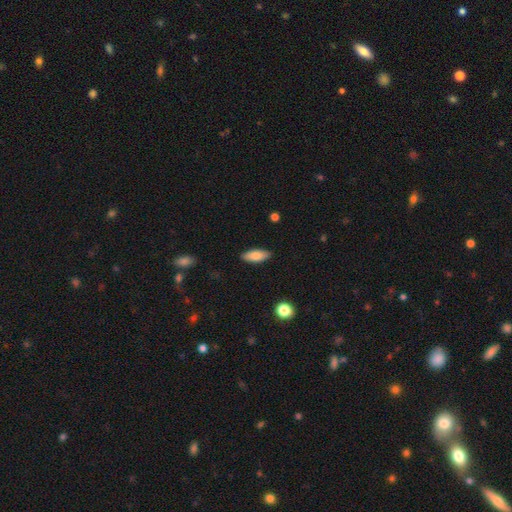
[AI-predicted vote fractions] This appears to be a smooth galaxy with no disk features (82%) that is in between round and cigar-shaped (79%). Merging: none (88%).